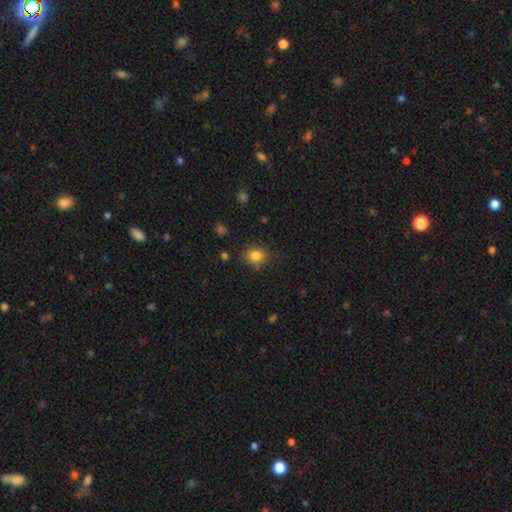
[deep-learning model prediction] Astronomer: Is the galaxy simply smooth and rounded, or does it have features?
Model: smooth — 83%.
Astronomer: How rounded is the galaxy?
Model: round — 62% (runner-up: in between, 37%).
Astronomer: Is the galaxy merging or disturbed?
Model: none — 79%.